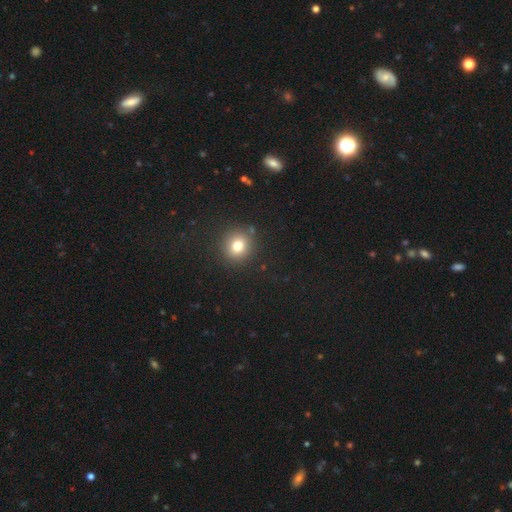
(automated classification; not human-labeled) Morphology: type=smooth (54%); roundness=round (92%); merging=none (87%).